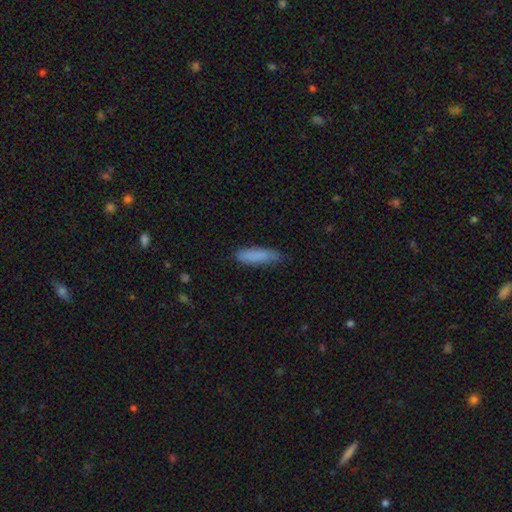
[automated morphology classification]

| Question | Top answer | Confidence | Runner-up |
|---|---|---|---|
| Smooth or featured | smooth | 85% | featured or disk (9%) |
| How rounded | cigar-shaped | 73% | in between (25%) |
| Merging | none | 78% | minor disturbance (18%) |